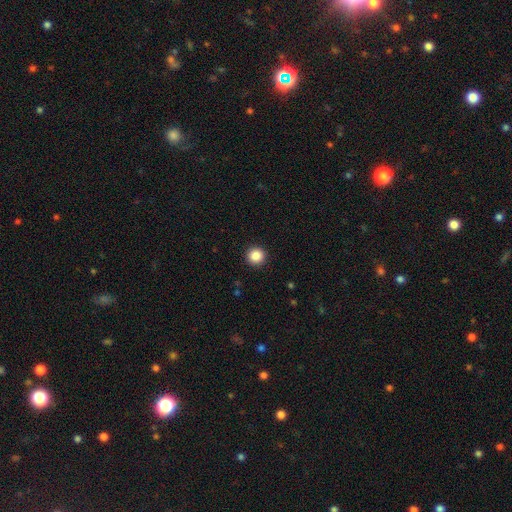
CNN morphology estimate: A smooth galaxy with no disk features (87%) that is round (95%). Merging: none (93%).